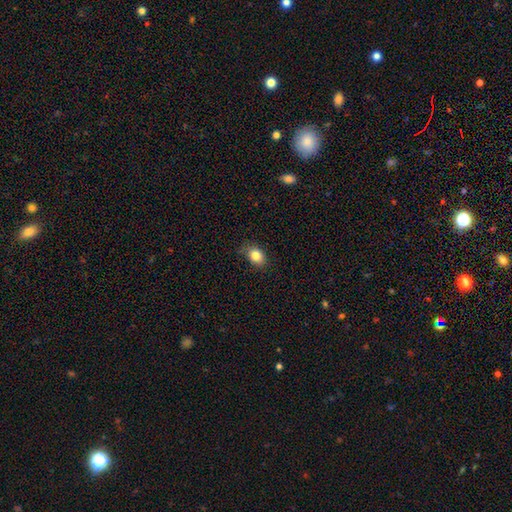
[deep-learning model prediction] A smooth galaxy with no disk features (83%) that is in between round and cigar-shaped (64%).

Vote fractions:
- Smooth or featured? smooth: 83% / star or artifact: 10% / featured or disk: 7%
- How rounded? in between: 64% / round: 35% / cigar-shaped: 1%
- Merging? none: 81% / minor disturbance: 15% / major disturbance: 3% / merger: 1%